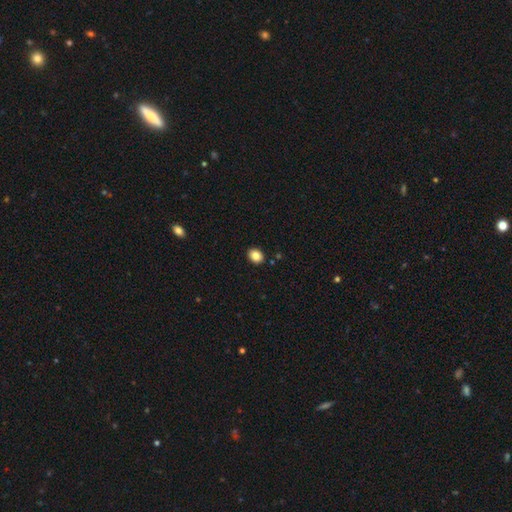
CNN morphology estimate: Smooth or featured: smooth — 86% (star or artifact — 9%)
How rounded: in between — 57% (round — 42%)
Merging: none — 90% (minor disturbance — 7%)